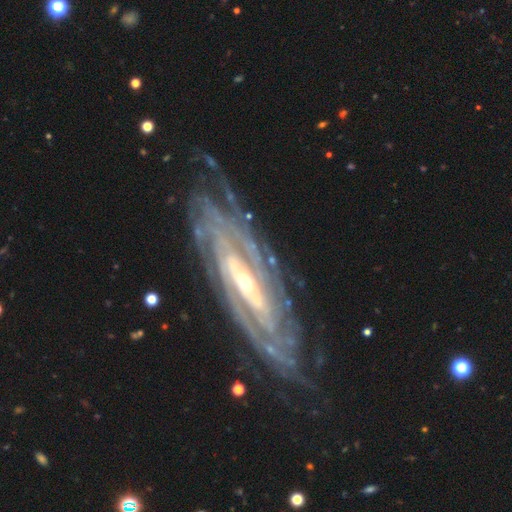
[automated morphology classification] A featured or disk galaxy (91%) with no bar (42%), tight (76%) spiral arms (97%) and a small central bulge (57%).

Vote fractions:
- Smooth or featured? featured or disk: 91% / star or artifact: 5% / smooth: 4%
- Edge-on disk? no: 87% / yes: 13%
- Bar? no: 42% / weak: 30% / strong: 28%
- Spiral arms? yes: 97% / no: 3%
- Spiral winding? tight: 76% / medium: 20% / loose: 4%
- Spiral arm count? can't tell: 30% / 2: 22% / 3: 14% / more than 4: 14% / 4: 13% / 1: 7%
- Bulge size? small: 57% / moderate: 38% / large: 3% / none: 1% / dominant: 1%
- Merging? none: 76% / minor disturbance: 16% / major disturbance: 6% / merger: 2%